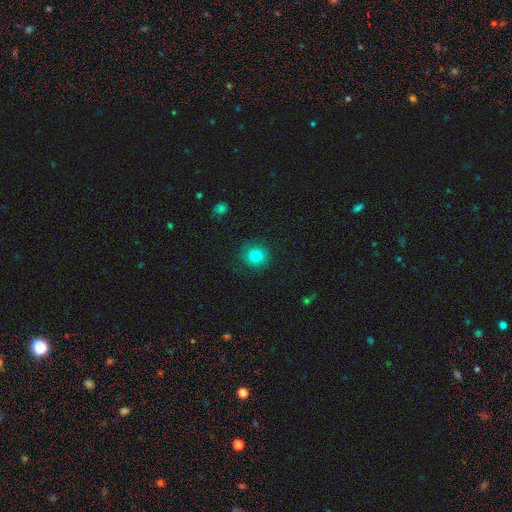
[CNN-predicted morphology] Smooth or featured? Predicted: smooth (p=0.81). How rounded? Predicted: round (p=0.90). Merging? Predicted: none (p=0.86).